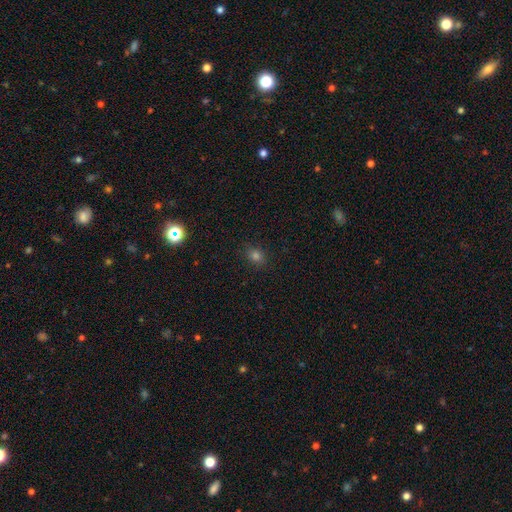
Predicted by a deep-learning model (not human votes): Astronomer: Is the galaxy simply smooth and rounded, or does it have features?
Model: smooth — 75%.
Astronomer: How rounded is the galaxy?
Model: round — 59% (runner-up: in between, 40%).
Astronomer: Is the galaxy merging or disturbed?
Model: none — 87%.